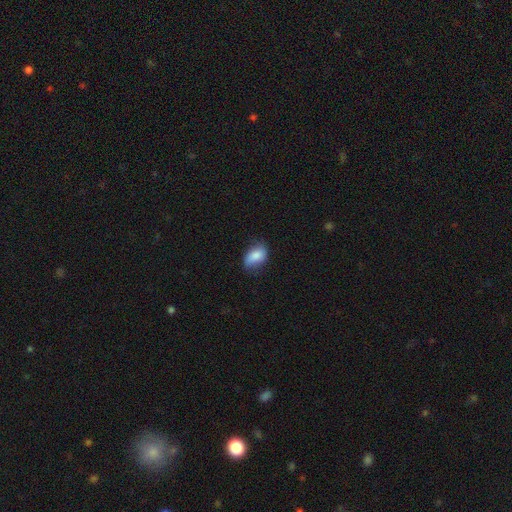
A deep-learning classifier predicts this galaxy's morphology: The model was most divided on "merging": none: 62%, minor disturbance: 30%, major disturbance: 7%, merger: 1%. More confident: how rounded — in between (87%); smooth or featured — smooth (82%).